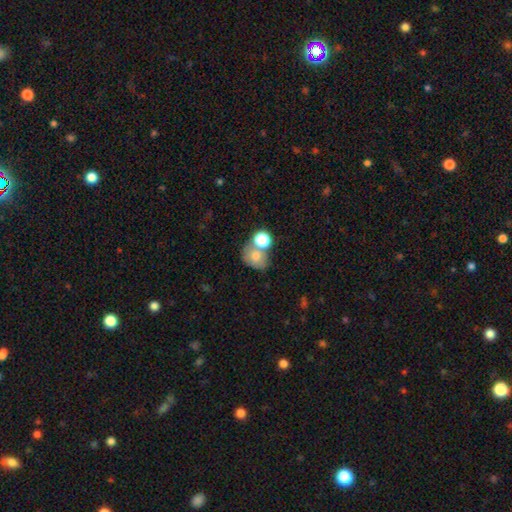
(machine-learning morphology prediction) smooth_or_featured: smooth (p=0.71) [alt: featured or disk p=0.17]
how_rounded: round (p=0.53) [alt: in between p=0.46]
merging: none (p=0.41) [alt: merger p=0.40]